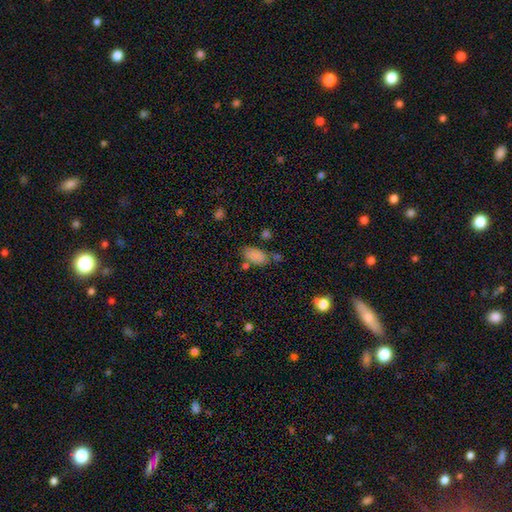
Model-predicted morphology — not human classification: smooth_or_featured: smooth (p=0.84) [alt: star or artifact p=0.10]
how_rounded: in between (p=0.92) [alt: round p=0.04]
merging: none (p=0.62) [alt: minor disturbance p=0.17]